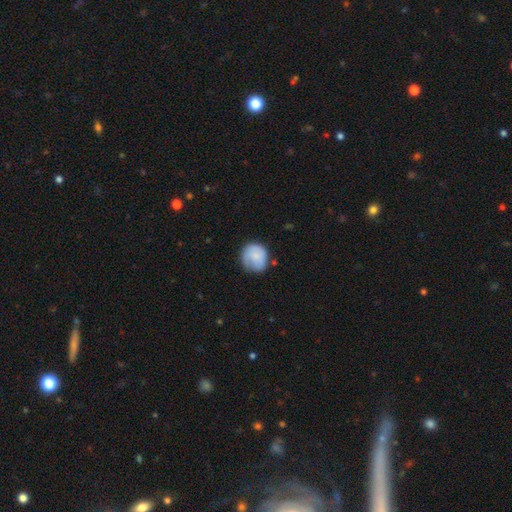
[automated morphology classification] Smooth or featured? Predicted: smooth (p=0.77). How rounded? Predicted: round (p=0.84). Merging? Predicted: none (p=0.64).